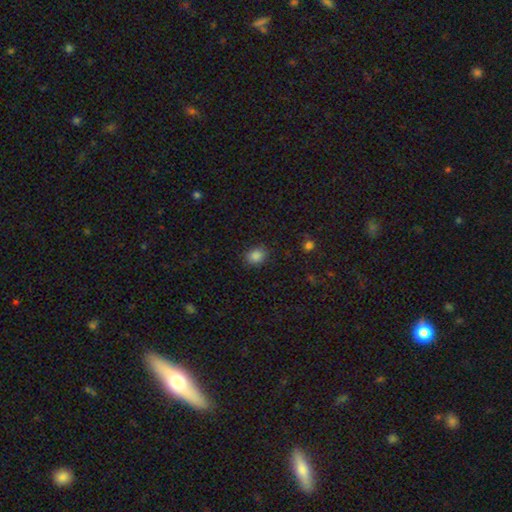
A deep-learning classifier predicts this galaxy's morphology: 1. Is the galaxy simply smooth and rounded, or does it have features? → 86% smooth, 11% star or artifact, 3% featured or disk.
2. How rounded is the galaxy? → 53% round, 46% in between, 1% cigar-shaped.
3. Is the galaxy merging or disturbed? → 85% none, 11% minor disturbance, 3% major disturbance, 1% merger.